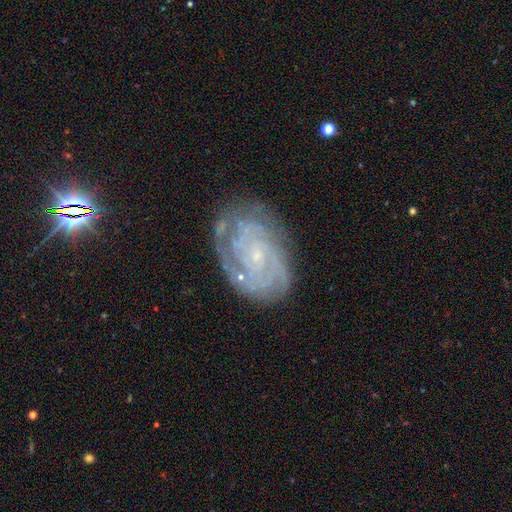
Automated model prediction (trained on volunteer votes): Morphology: type=featured or disk (85%); edge-on=no (97%); bar=no (70%); spiral arms=yes (96%); winding=tight (75%); arm count=can't tell (29%); bulge=small (85%); merging=none (73%).